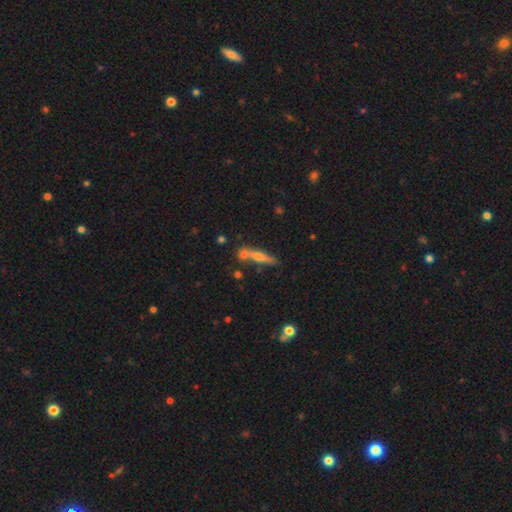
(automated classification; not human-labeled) Smooth or featured? Predicted: featured or disk (p=0.49). Merging? Predicted: none (p=0.69).